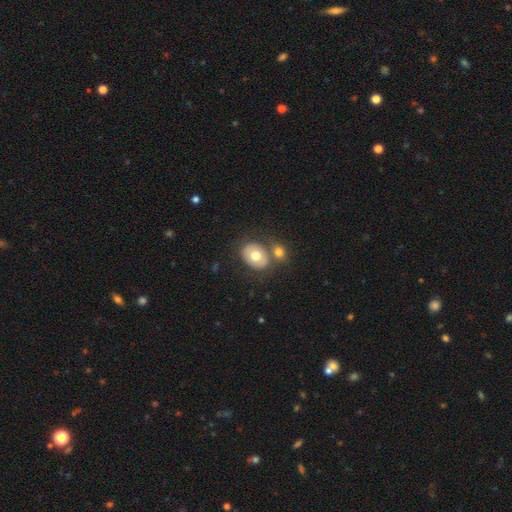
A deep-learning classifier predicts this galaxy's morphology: This appears to be a smooth galaxy with no disk features (69%) that is in between round and cigar-shaped (61%). Merging: none (57%).